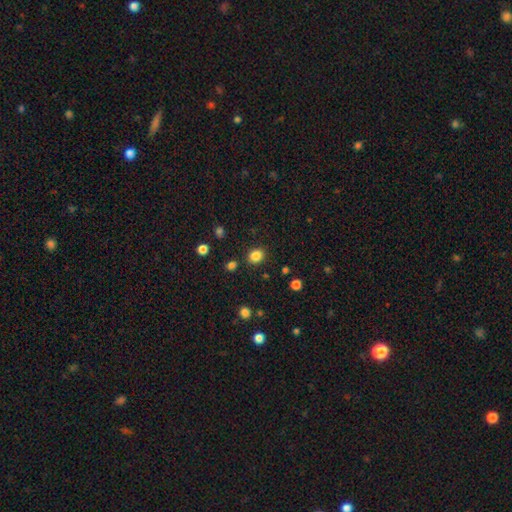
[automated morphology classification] smooth-or-featured: smooth: 84% | star or artifact: 12% | featured or disk: 4%
  how-rounded: round: 63% | in between: 36% | cigar-shaped: 1%
  merging: none: 87% | minor disturbance: 8% | merger: 3% | major disturbance: 3%